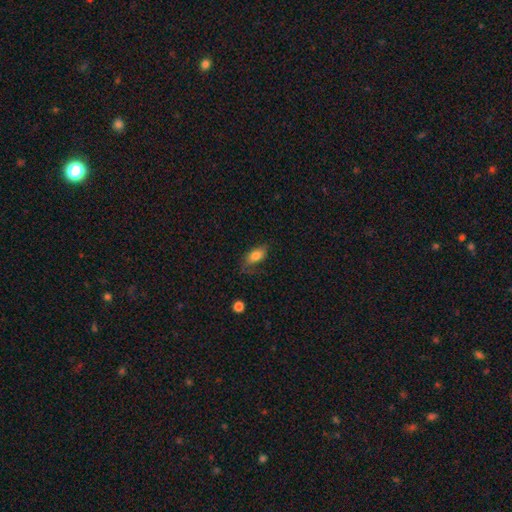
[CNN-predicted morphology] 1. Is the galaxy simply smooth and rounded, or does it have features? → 80% smooth, 12% featured or disk, 8% star or artifact.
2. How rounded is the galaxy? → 88% in between, 6% cigar-shaped, 5% round.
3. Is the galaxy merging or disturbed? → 59% none, 27% minor disturbance, 12% major disturbance, 2% merger.